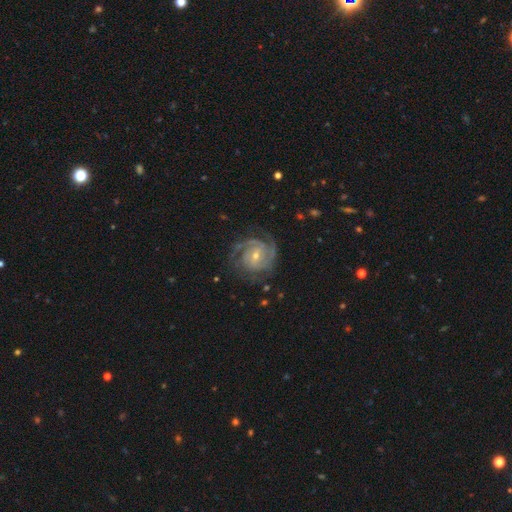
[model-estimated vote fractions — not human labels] featured or disk 88%, smooth 6%, star or artifact 5%. Down the decision tree: edge-on disk — no (98%); bar — no (43%); spiral arms — yes (97%); spiral arm count — 3 (32%); spiral winding — tight (62%); bulge size — small (61%); merging — none (74%).